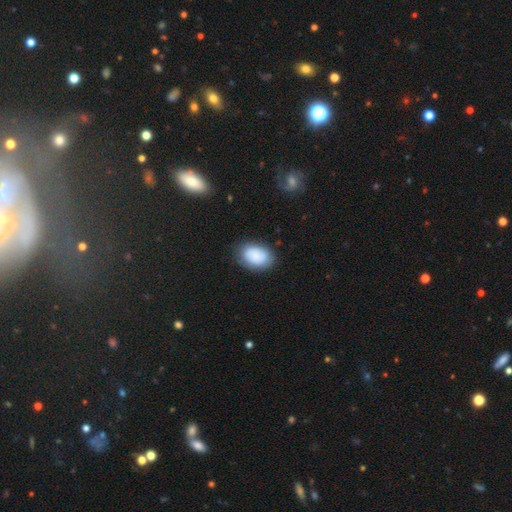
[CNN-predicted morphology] Smooth or featured: smooth — 83% (featured or disk — 10%)
How rounded: in between — 83% (round — 15%)
Merging: none — 79% (minor disturbance — 16%)